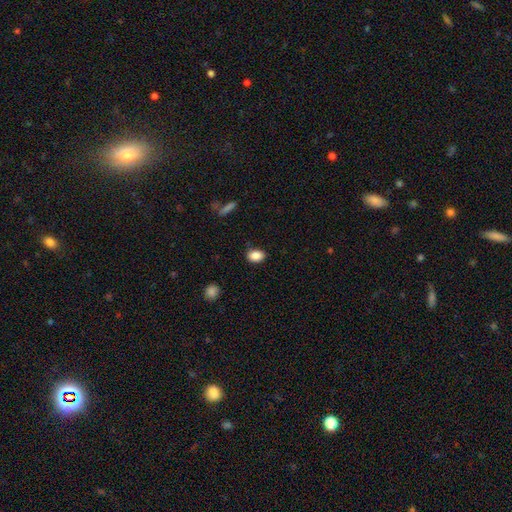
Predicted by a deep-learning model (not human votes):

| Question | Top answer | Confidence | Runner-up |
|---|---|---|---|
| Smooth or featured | smooth | 87% | star or artifact (9%) |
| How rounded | in between | 76% | round (23%) |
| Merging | none | 83% | minor disturbance (13%) |